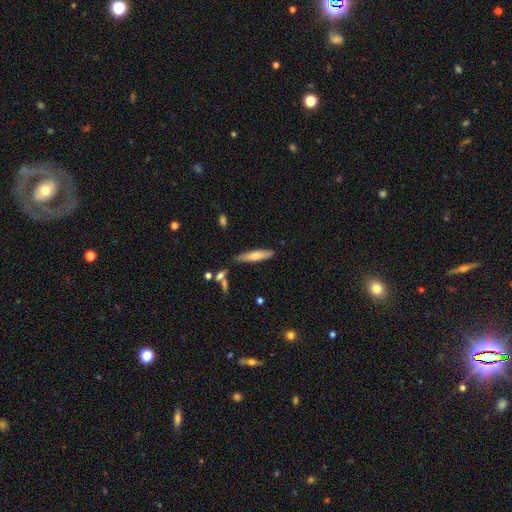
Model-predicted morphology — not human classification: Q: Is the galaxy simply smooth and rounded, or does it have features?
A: smooth — 63%.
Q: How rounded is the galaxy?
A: cigar-shaped — 81%.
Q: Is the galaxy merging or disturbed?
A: none — 80%.